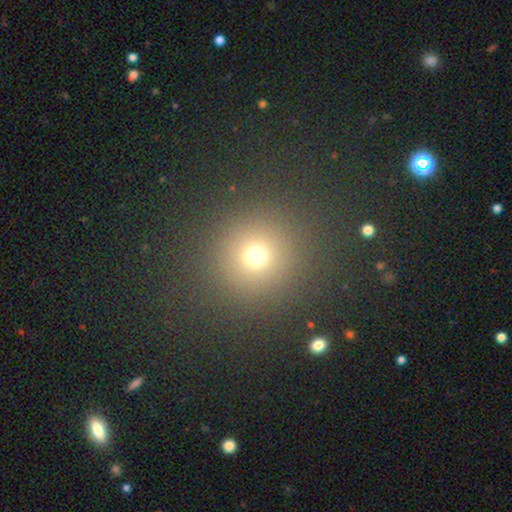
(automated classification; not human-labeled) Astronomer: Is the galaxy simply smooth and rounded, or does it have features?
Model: smooth — 71%.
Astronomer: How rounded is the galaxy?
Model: round — 91%.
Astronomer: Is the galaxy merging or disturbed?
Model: none — 87%.